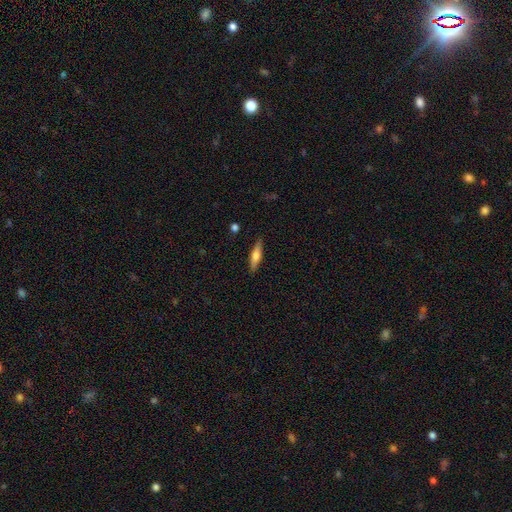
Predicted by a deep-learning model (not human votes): Smooth or featured? smooth (52%)
How rounded? cigar-shaped (75%)
Merging? none (88%)